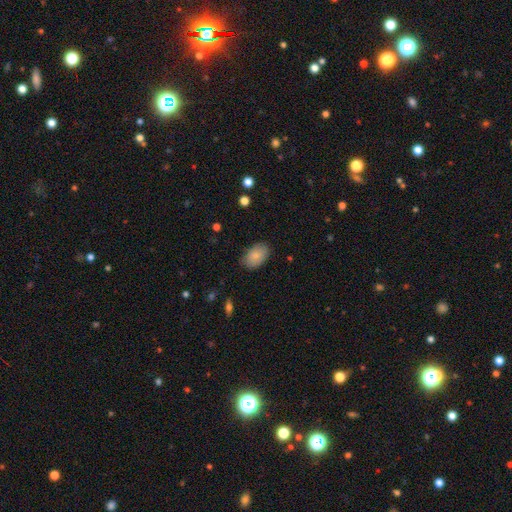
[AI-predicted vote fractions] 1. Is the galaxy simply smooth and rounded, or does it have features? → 84% smooth, 9% featured or disk, 7% star or artifact.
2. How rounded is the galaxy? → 90% in between, 9% round, 1% cigar-shaped.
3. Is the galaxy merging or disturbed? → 83% none, 13% minor disturbance, 3% major disturbance, 1% merger.